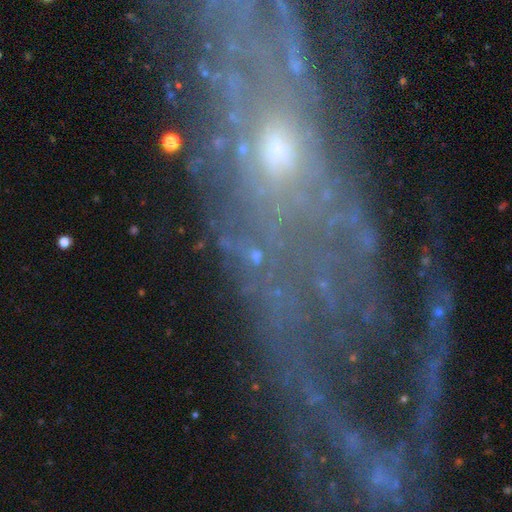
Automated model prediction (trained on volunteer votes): Morphology: type=star or artifact (51%).